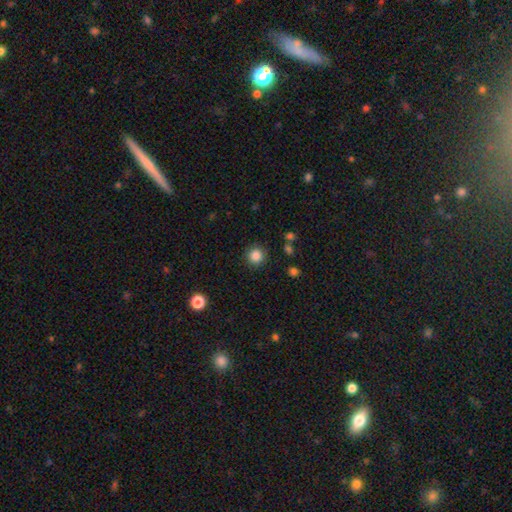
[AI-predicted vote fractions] Overall: smooth (85%). How rounded: round (94%). Merging: none (90%).